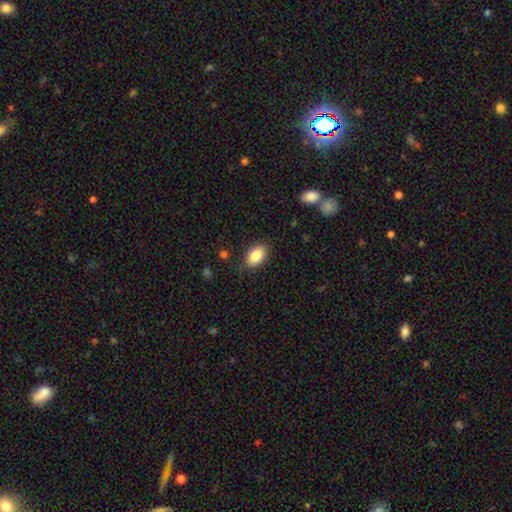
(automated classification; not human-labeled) Smooth or featured?
  - smooth: 85% *
  - featured or disk: 8%
  - star or artifact: 8%
How rounded?
  - in between: 91% *
  - round: 7%
  - cigar-shaped: 2%
Merging?
  - none: 85% *
  - minor disturbance: 11%
  - major disturbance: 3%
  - merger: 1%